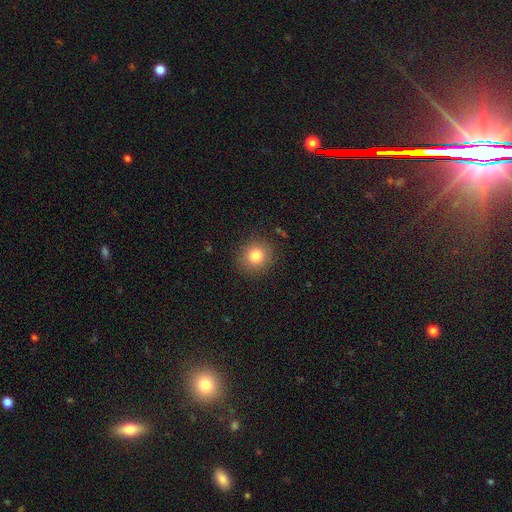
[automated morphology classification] Smooth or featured: smooth — 81% (star or artifact — 11%)
How rounded: round — 89% (in between — 10%)
Merging: none — 89% (minor disturbance — 8%)